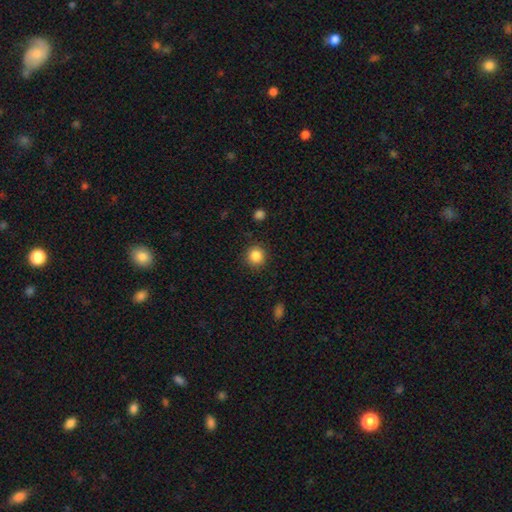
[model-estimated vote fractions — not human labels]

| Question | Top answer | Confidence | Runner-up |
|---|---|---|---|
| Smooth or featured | smooth | 86% | star or artifact (10%) |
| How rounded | round | 92% | in between (7%) |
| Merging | none | 90% | minor disturbance (7%) |